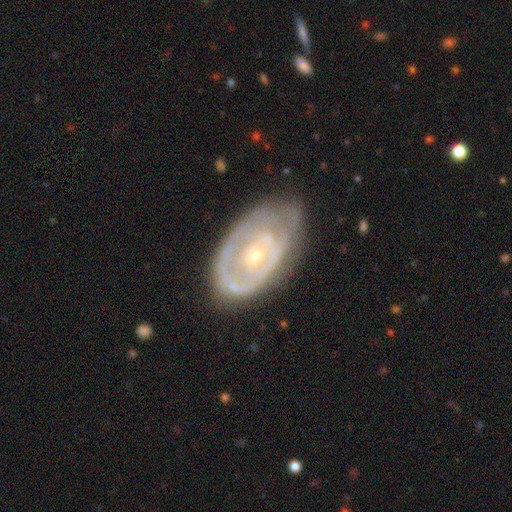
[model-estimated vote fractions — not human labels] featured or disk 74%, smooth 20%, star or artifact 6%. Down the decision tree: edge-on disk — no (94%); bar — no (81%); spiral arms — yes (56%); bulge size — small (61%); merging — none (56%).